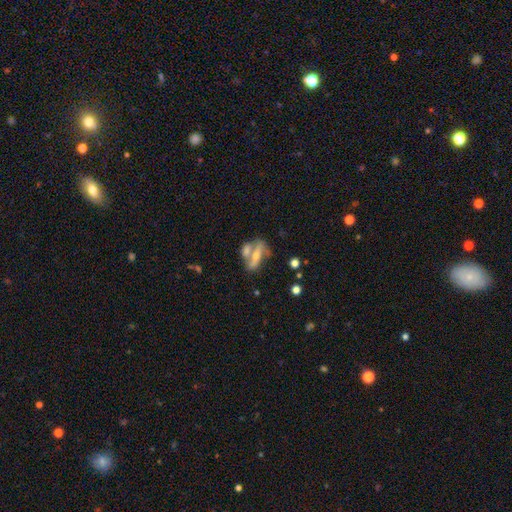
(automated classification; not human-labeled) smooth-or-featured: featured or disk: 54% | smooth: 37% | star or artifact: 9%
  disk-edge-on: no: 63% | yes: 37%
  merging: merger: 44% | none: 36% | minor disturbance: 12% | major disturbance: 8%